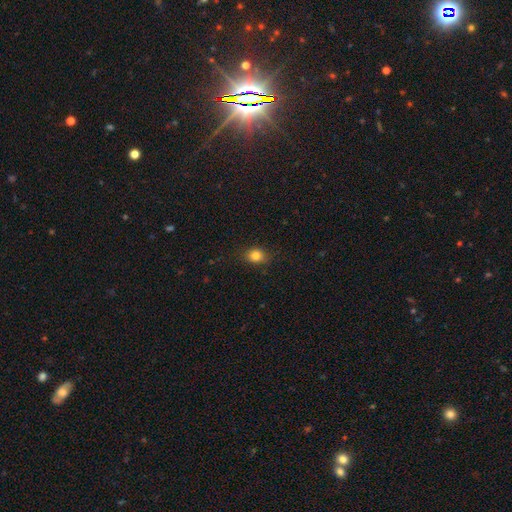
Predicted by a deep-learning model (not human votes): smooth_or_featured: smooth (p=0.81) [alt: star or artifact p=0.12]
how_rounded: round (p=0.50) [alt: in between p=0.49]
merging: none (p=0.84) [alt: minor disturbance p=0.12]